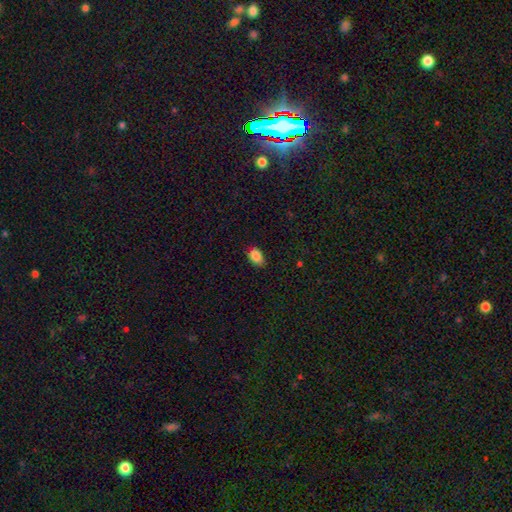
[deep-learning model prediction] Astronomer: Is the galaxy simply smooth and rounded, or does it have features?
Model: smooth — 86%.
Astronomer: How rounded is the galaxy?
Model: in between — 80%.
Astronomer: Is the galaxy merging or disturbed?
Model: none — 72%.